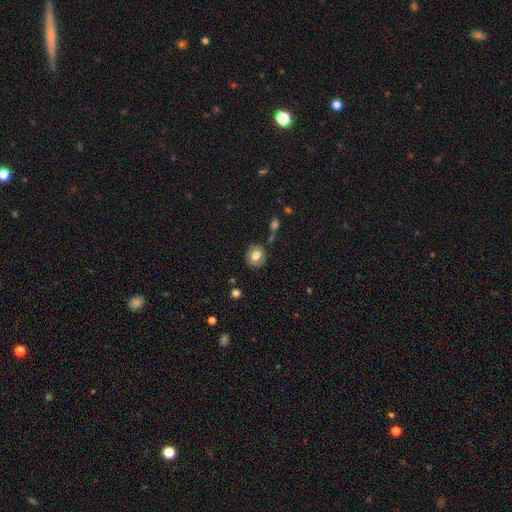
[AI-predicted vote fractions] smooth-or-featured: smooth: 72% | featured or disk: 19% | star or artifact: 9%
  how-rounded: round: 74% | in between: 25% | cigar-shaped: 1%
  merging: none: 78% | minor disturbance: 14% | merger: 5% | major disturbance: 4%